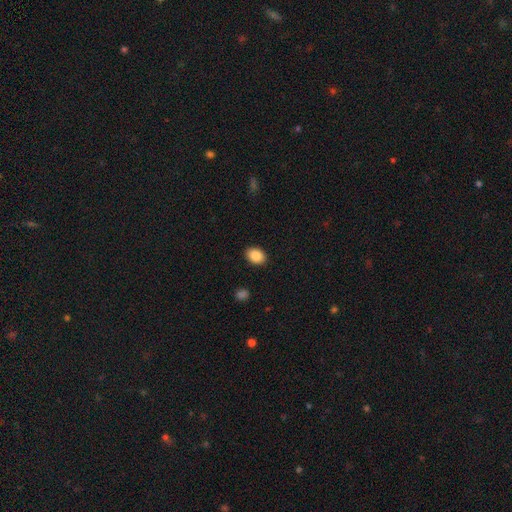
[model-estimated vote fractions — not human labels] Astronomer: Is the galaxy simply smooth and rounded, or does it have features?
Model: smooth — 87%.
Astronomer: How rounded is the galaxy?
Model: in between — 76%.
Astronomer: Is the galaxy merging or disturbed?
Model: none — 90%.